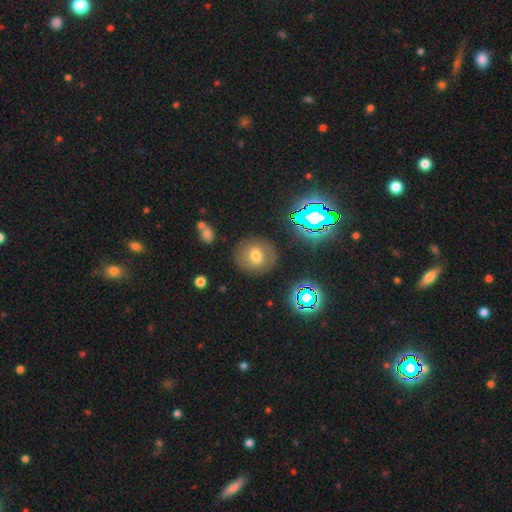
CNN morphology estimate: A smooth galaxy with no disk features (61%) that is round (82%). Merging: none (83%).